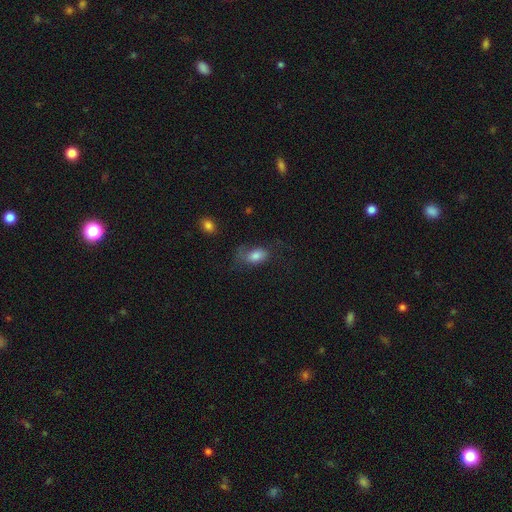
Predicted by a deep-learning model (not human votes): A smooth galaxy with no disk features (79%) that is in between round and cigar-shaped (88%).

Vote fractions:
- Smooth or featured? smooth: 79% / featured or disk: 12% / star or artifact: 9%
- How rounded? in between: 88% / round: 10% / cigar-shaped: 3%
- Merging? none: 46% / minor disturbance: 27% / major disturbance: 24% / merger: 3%